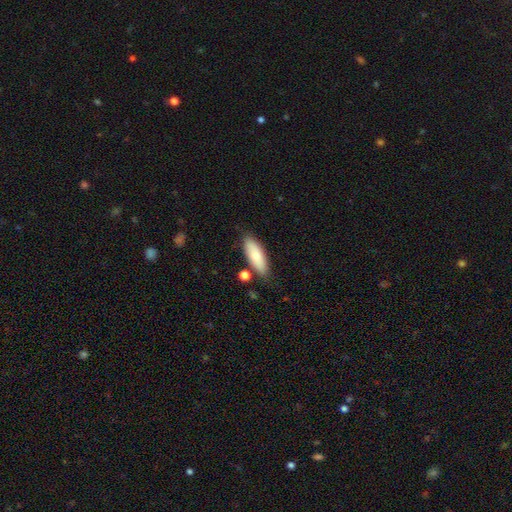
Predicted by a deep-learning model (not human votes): Smooth or featured? Predicted: smooth (p=0.81). How rounded? Predicted: in between (p=0.67). Merging? Predicted: none (p=0.79).